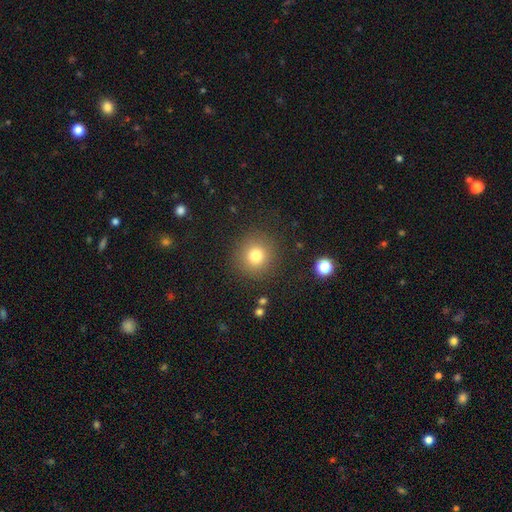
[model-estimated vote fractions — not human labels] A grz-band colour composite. It shows a smooth galaxy with no disk features (78%) that is round (92%). Merging: none (88%).